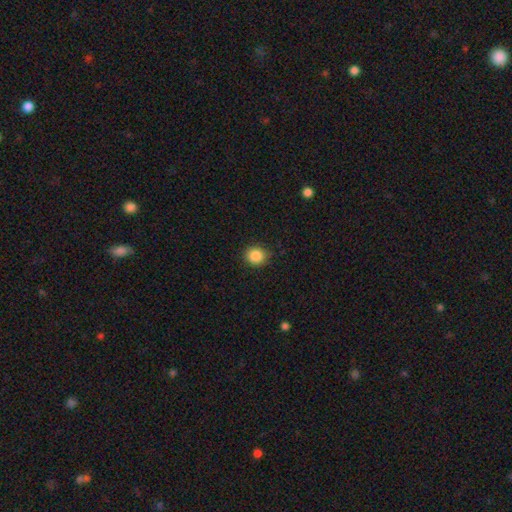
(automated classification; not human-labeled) Smooth or featured? smooth (87%)
How rounded? round (83%)
Merging? none (87%)